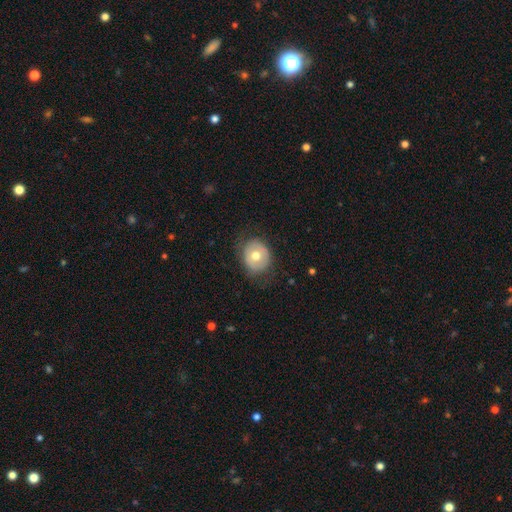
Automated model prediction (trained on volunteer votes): Smooth or featured? Predicted: smooth (p=0.60). How rounded? Predicted: round (p=0.69). Merging? Predicted: none (p=0.76).